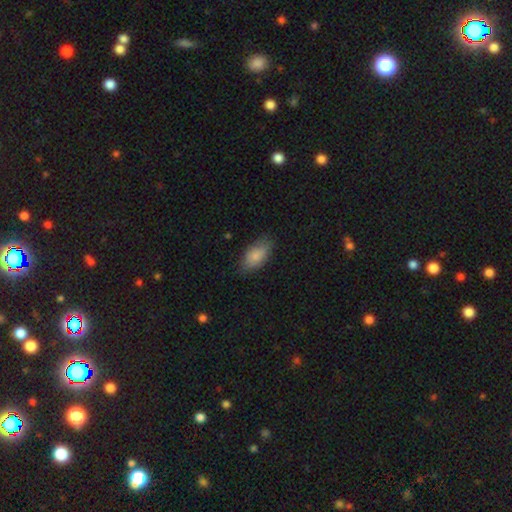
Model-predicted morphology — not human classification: type=smooth (85%); roundness=in between (93%); merging=none (76%).